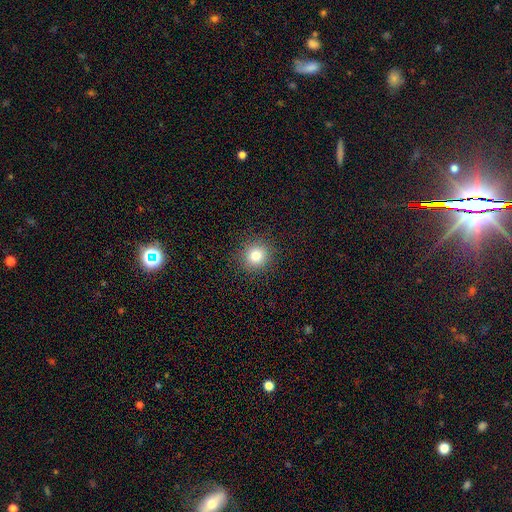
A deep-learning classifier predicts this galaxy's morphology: smooth 81%, star or artifact 13%, featured or disk 6%. Down the decision tree: how rounded — round (91%); merging — none (91%).